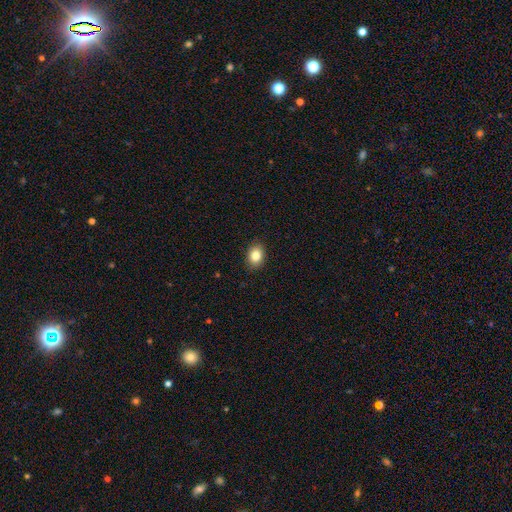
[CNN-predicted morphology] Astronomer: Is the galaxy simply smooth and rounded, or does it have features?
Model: smooth — 84%.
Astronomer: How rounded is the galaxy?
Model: in between — 67%.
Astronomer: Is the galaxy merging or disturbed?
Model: none — 89%.